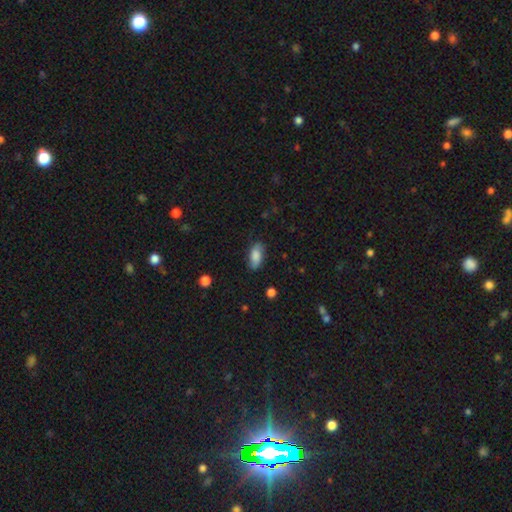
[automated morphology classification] Smooth or featured? smooth (73%)
How rounded? in between (90%)
Merging? none (76%)